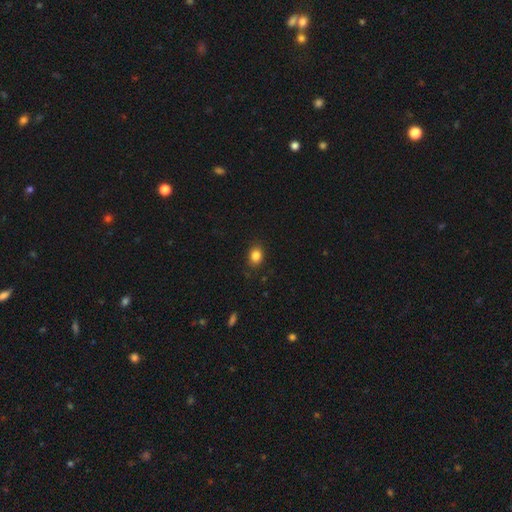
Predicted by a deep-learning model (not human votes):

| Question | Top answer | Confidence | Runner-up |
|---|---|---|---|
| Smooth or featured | smooth | 85% | star or artifact (10%) |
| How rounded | in between | 56% | round (43%) |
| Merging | none | 86% | minor disturbance (10%) |